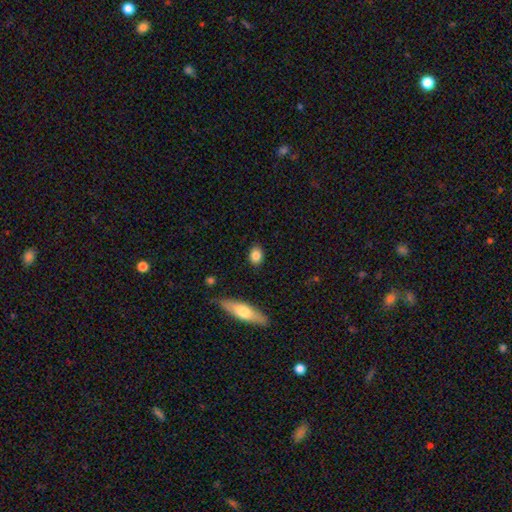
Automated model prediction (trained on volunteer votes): Smooth or featured? Predicted: smooth (p=0.85). How rounded? Predicted: in between (p=0.54). Merging? Predicted: none (p=0.87).